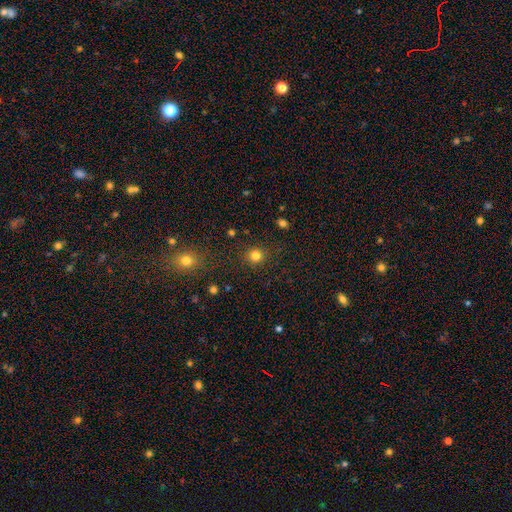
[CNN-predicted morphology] The model was most divided on "smooth or featured": smooth: 81%, star or artifact: 14%, featured or disk: 5%. More confident: how rounded — round (91%); merging — none (89%).